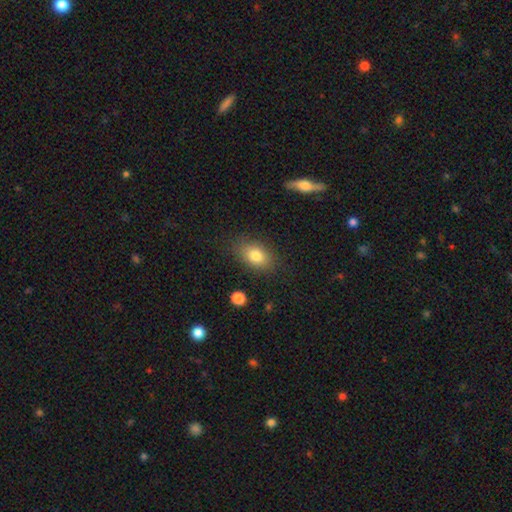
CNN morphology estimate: This appears to be a smooth galaxy with no disk features (81%) that is in between round and cigar-shaped (83%). Merging: none (82%).